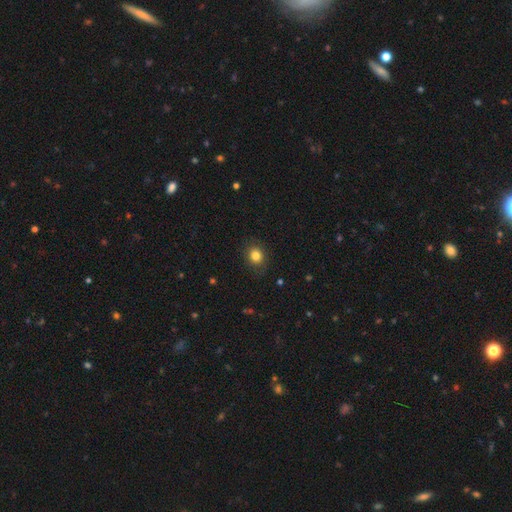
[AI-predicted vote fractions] Smooth or featured?
  - smooth: 82% *
  - star or artifact: 11%
  - featured or disk: 6%
How rounded?
  - round: 69% *
  - in between: 30%
  - cigar-shaped: 1%
Merging?
  - none: 85% *
  - minor disturbance: 11%
  - major disturbance: 3%
  - merger: 1%